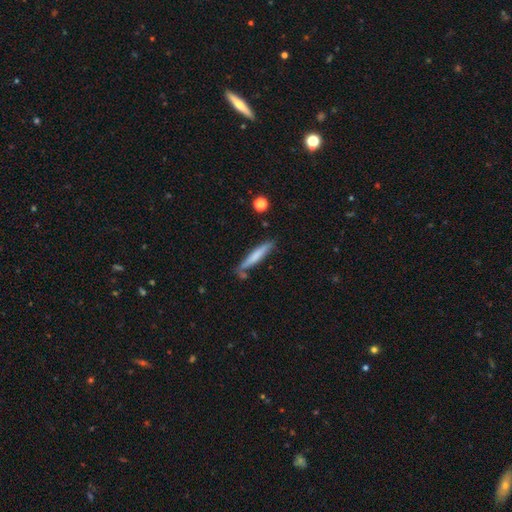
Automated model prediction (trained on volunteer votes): The model was most divided on "smooth or featured": smooth: 67%, featured or disk: 27%, star or artifact: 6%. More confident: how rounded — cigar-shaped (93%); merging — none (75%).